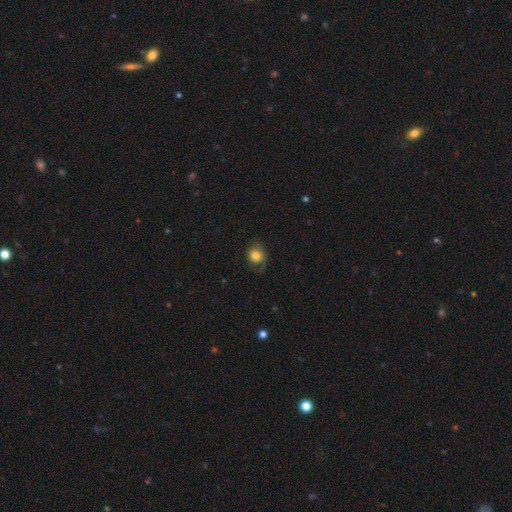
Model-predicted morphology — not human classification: A smooth galaxy with no disk features (77%) that is round (63%).

Vote fractions:
- Smooth or featured? smooth: 77% / featured or disk: 14% / star or artifact: 9%
- How rounded? round: 63% / in between: 37% / cigar-shaped: 1%
- Merging? none: 62% / minor disturbance: 24% / major disturbance: 12% / merger: 1%